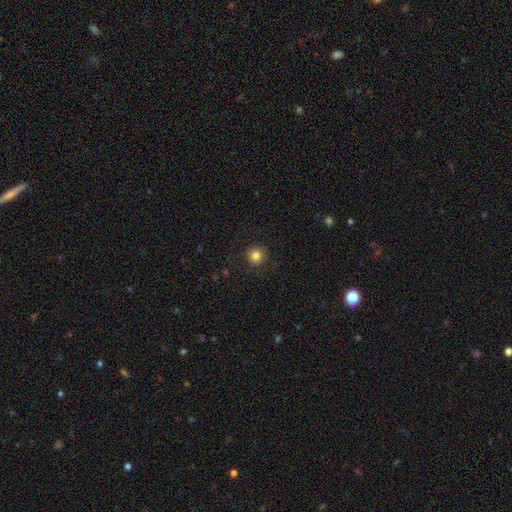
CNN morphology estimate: This is clearly a smooth galaxy (83%). How rounded: clearly round (95%). Merging: clearly none (91%).